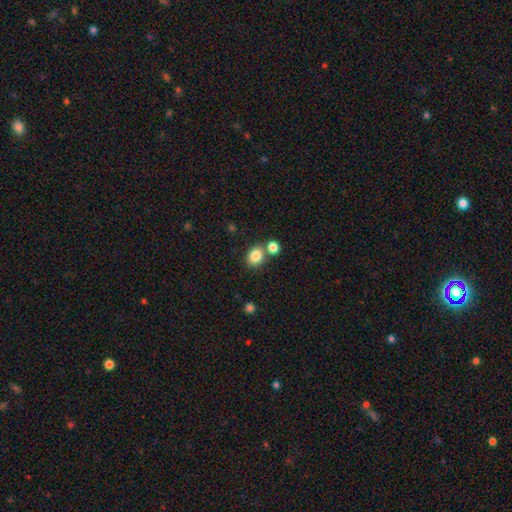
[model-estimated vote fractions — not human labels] This appears to be a smooth galaxy with no disk features (84%) that is round (52%). Merging: none (61%).